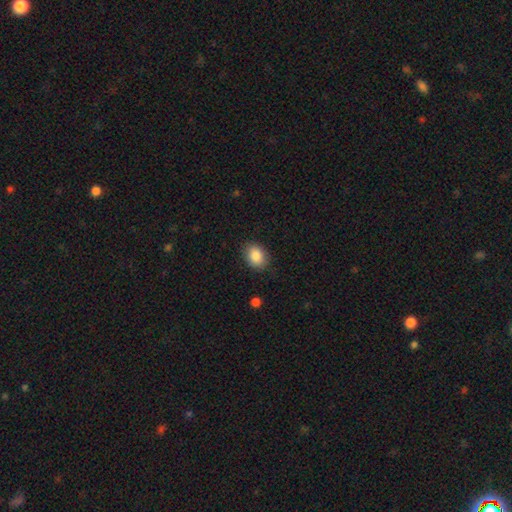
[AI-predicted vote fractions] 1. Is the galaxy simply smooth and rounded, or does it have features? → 87% smooth, 8% star or artifact, 5% featured or disk.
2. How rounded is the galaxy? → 68% in between, 31% round, 1% cigar-shaped.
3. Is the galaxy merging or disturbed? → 85% none, 11% minor disturbance, 3% major disturbance, 1% merger.